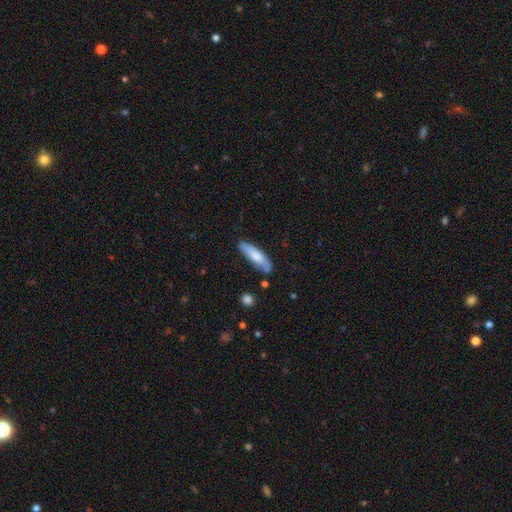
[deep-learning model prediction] Smooth or featured?
  - smooth: 72% *
  - featured or disk: 22%
  - star or artifact: 5%
How rounded?
  - cigar-shaped: 65% *
  - in between: 33%
  - round: 2%
Merging?
  - none: 74% *
  - minor disturbance: 19%
  - merger: 4%
  - major disturbance: 4%